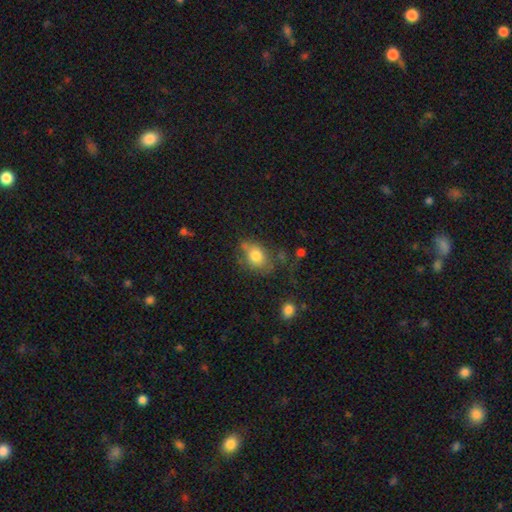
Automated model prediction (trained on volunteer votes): Smooth or featured: smooth — 74% (featured or disk — 17%)
How rounded: in between — 70% (round — 28%)
Merging: none — 53% (minor disturbance — 26%)